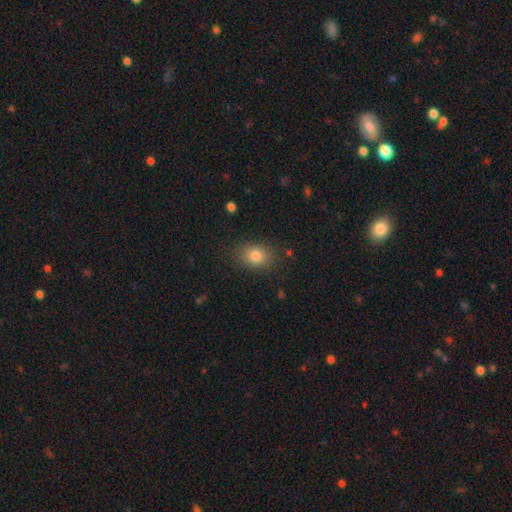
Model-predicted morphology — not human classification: Q: Smooth or featured?
A: smooth (81%); runner-up: star or artifact (10%)
Q: How rounded?
A: in between (66%); runner-up: round (33%)
Q: Merging?
A: none (84%); runner-up: minor disturbance (11%)